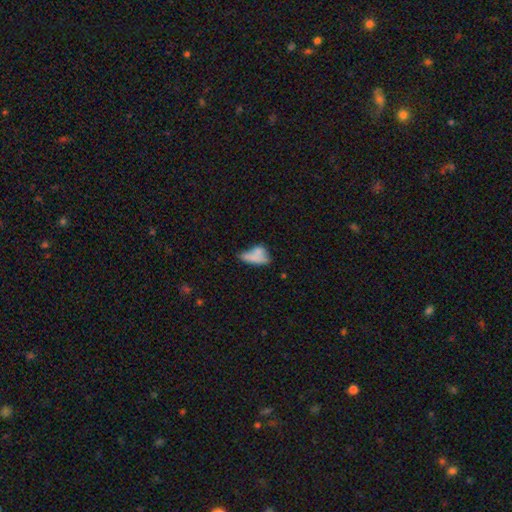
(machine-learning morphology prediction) Smooth or featured?
  - smooth: 65% *
  - featured or disk: 24%
  - star or artifact: 11%
How rounded?
  - in between: 78% *
  - cigar-shaped: 15%
  - round: 7%
Merging?
  - merger: 29% *
  - none: 28%
  - minor disturbance: 23%
  - major disturbance: 20%